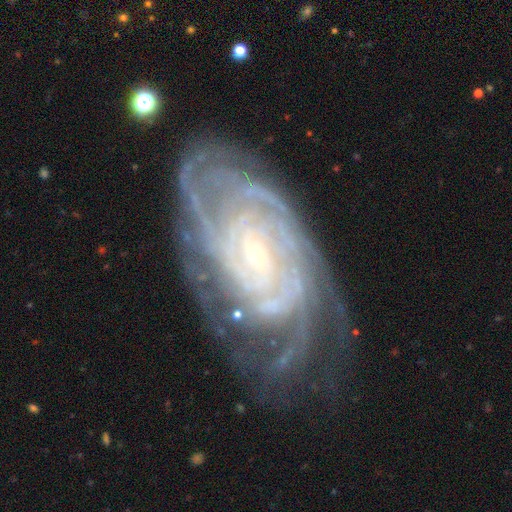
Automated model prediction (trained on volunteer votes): This is clearly a featured or disk galaxy (90%). It is clearly not viewed edge-on (96%). Bar: possibly no (50%). Spiral arm pattern: clearly yes (98%). Spiral arm count: marginally can't tell (26%). Spiral winding: likely tight (80%). Central bulge: clearly small (82%). Merging: likely none (66%).